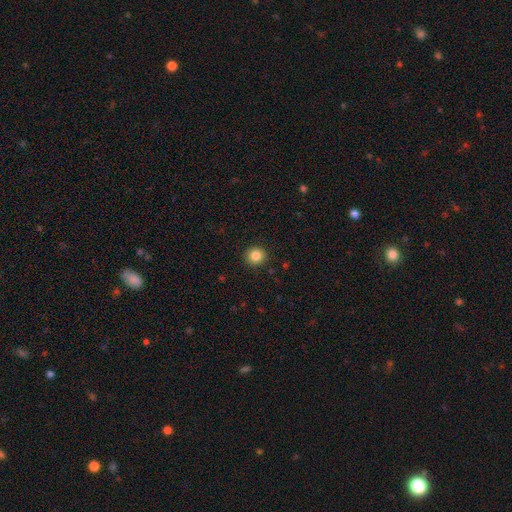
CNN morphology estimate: Smooth or featured?
  - smooth: 85% *
  - star or artifact: 11%
  - featured or disk: 5%
How rounded?
  - round: 92% *
  - in between: 7%
  - cigar-shaped: 1%
Merging?
  - none: 92% *
  - minor disturbance: 5%
  - major disturbance: 2%
  - merger: 1%